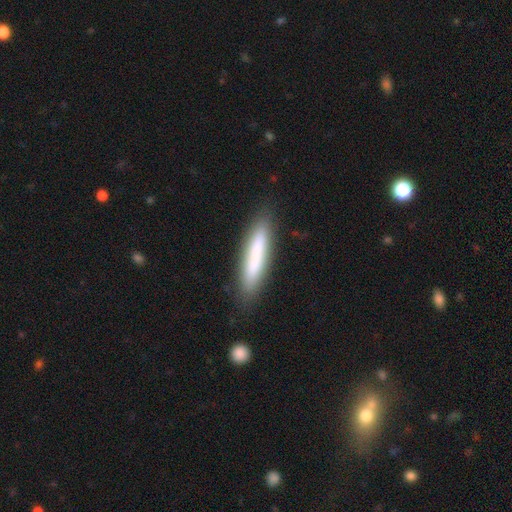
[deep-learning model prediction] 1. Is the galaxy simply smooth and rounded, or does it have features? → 76% smooth, 18% featured or disk, 6% star or artifact.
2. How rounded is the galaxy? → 87% cigar-shaped, 12% in between, 1% round.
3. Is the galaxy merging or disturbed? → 86% none, 10% minor disturbance, 2% major disturbance, 2% merger.